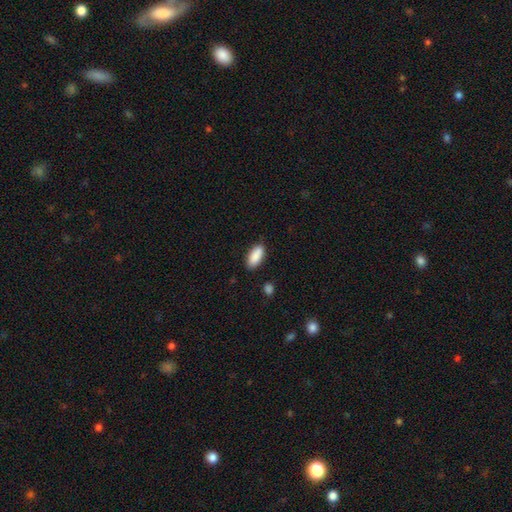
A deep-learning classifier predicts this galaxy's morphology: This appears to be a smooth galaxy with no disk features (90%) that is in between round and cigar-shaped (87%). Merging: none (84%).